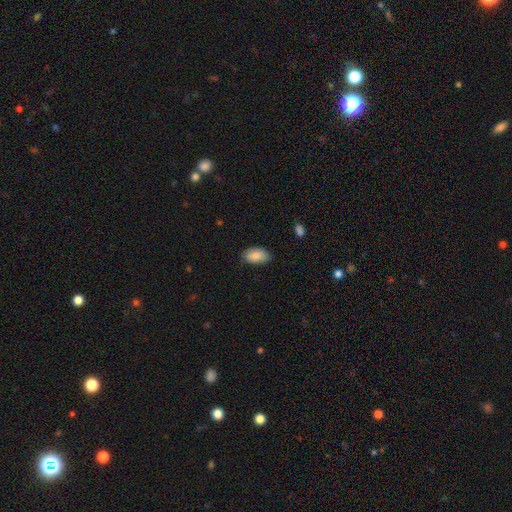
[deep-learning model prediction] Morphology: type=smooth (85%); roundness=in between (94%); merging=none (74%).